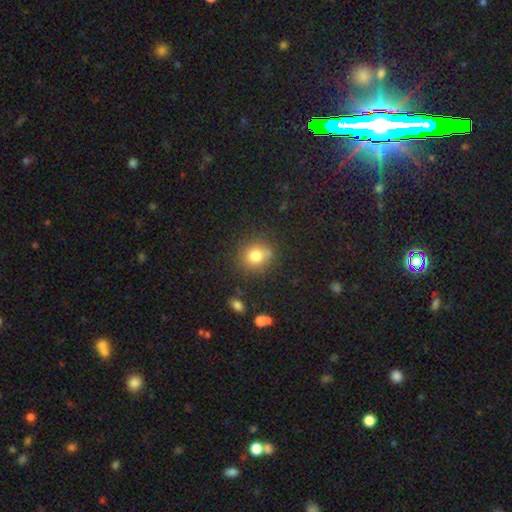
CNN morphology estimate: smooth 79%, star or artifact 12%, featured or disk 8%. Down the decision tree: how rounded — round (80%); merging — none (79%).